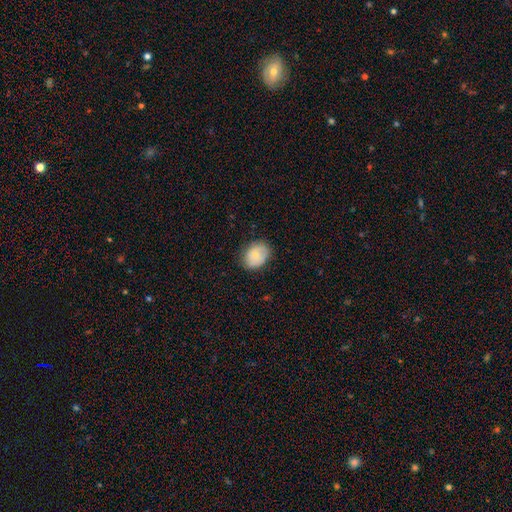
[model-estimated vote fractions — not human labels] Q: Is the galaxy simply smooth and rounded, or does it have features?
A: smooth — 73%.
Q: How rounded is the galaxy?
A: in between — 60%.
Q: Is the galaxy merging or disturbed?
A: none — 80%.